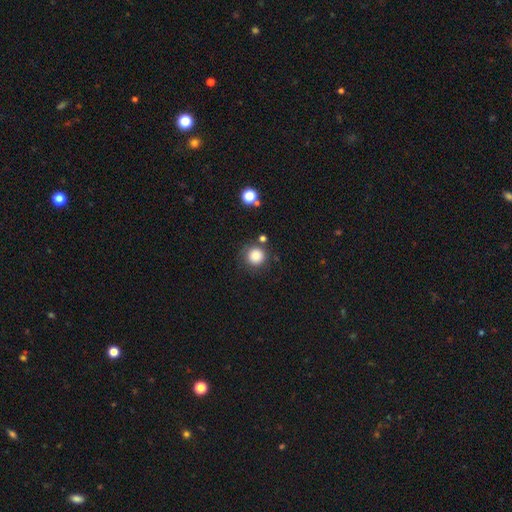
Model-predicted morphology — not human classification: This appears to be a smooth galaxy with no disk features (84%) that is round (93%). Merging: none (80%).